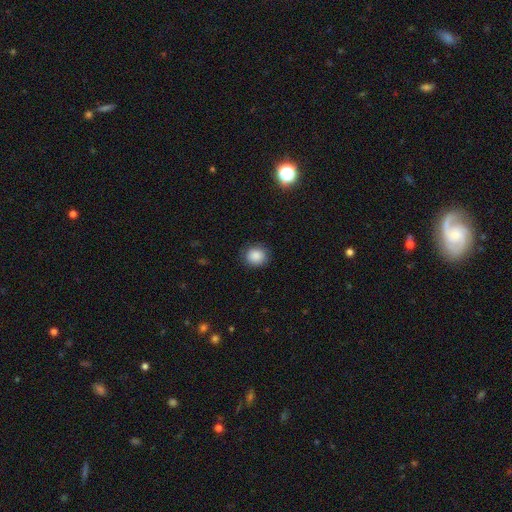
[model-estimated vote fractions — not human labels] The model was most divided on "how rounded": round: 84%, in between: 15%, cigar-shaped: 1%. More confident: smooth or featured — smooth (87%); merging — none (87%).